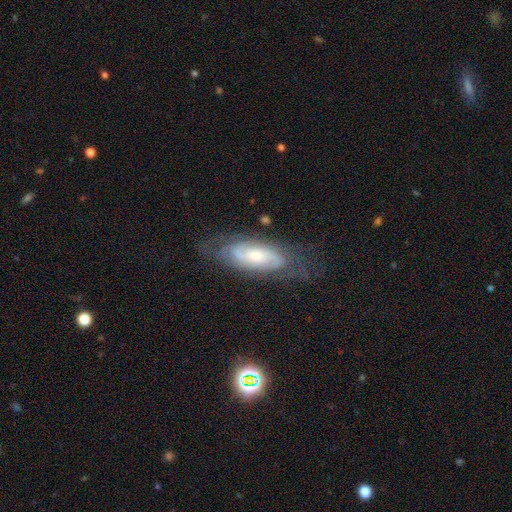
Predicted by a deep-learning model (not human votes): Smooth or featured: featured or disk — 76% (smooth — 17%)
Edge-on disk: no — 89% (yes — 11%)
Bar: no — 58% (weak — 33%)
Spiral arms: yes — 91% (no — 9%)
Spiral winding: tight — 53% (medium — 36%)
Spiral arm count: 2 — 54% (can't tell — 31%)
Bulge size: small — 47% (moderate — 46%)
Merging: none — 67% (minor disturbance — 21%)